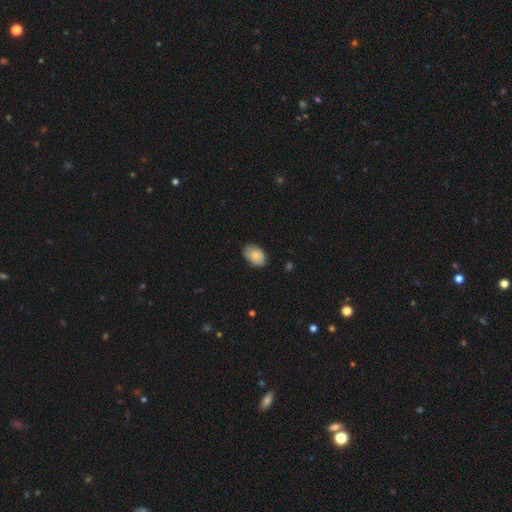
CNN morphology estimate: This is clearly a smooth galaxy (84%). How rounded: clearly in between (86%). Merging: likely none (77%).